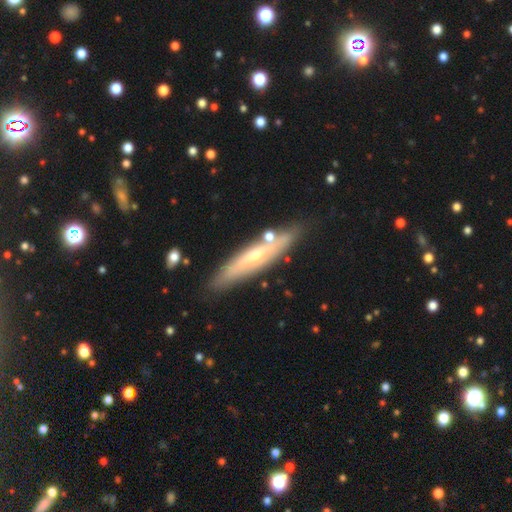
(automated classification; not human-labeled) Smooth or featured? featured or disk (64%)
Edge-on disk? yes (70%)
Merging? none (80%)